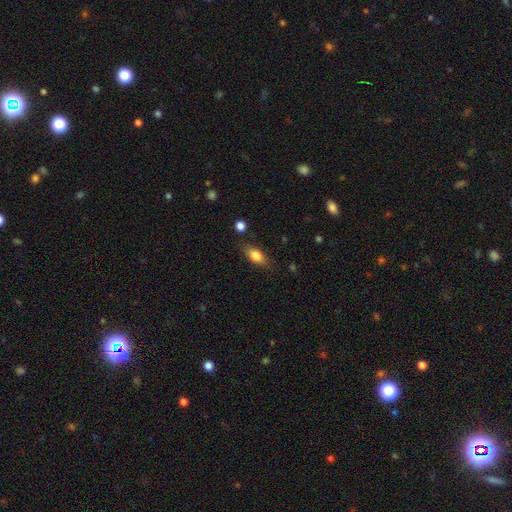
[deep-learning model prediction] This appears to be a smooth galaxy with no disk features (79%) that is in between round and cigar-shaped (81%). Merging: none (81%).